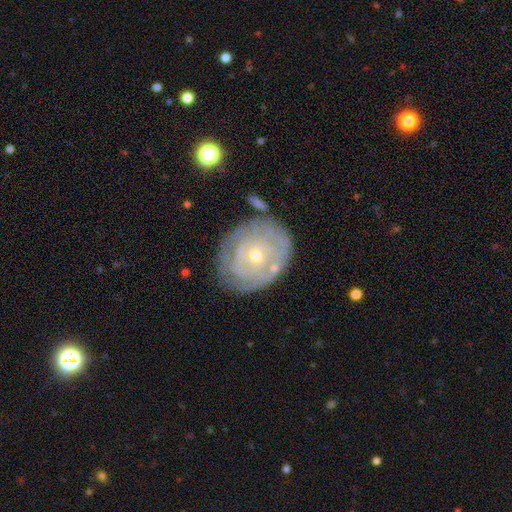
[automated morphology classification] Smooth or featured? featured or disk (75%)
Edge-on disk? no (97%)
Bar? no (79%)
Spiral arms? yes (77%)
Spiral winding? tight (80%)
Spiral arm count? can't tell (57%)
Bulge size? small (71%)
Merging? none (70%)